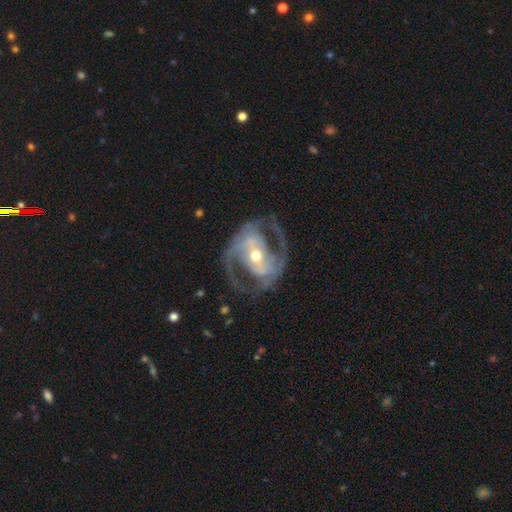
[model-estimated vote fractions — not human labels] Smooth or featured? Predicted: featured or disk (p=0.89). Edge-on disk? Predicted: no (p=0.96). Bar? Predicted: strong (p=0.43). Spiral arms? Predicted: yes (p=0.92). Spiral winding? Predicted: medium (p=0.55). Spiral arm count? Predicted: 2 (p=0.89). Bulge size? Predicted: moderate (p=0.67). Merging? Predicted: none (p=0.71).